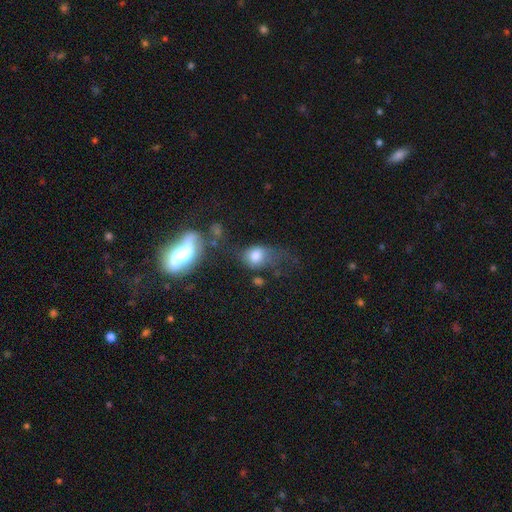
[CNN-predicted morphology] smooth 72%, featured or disk 16%, star or artifact 12%. Down the decision tree: how rounded — in between (57%); merging — none (32%).